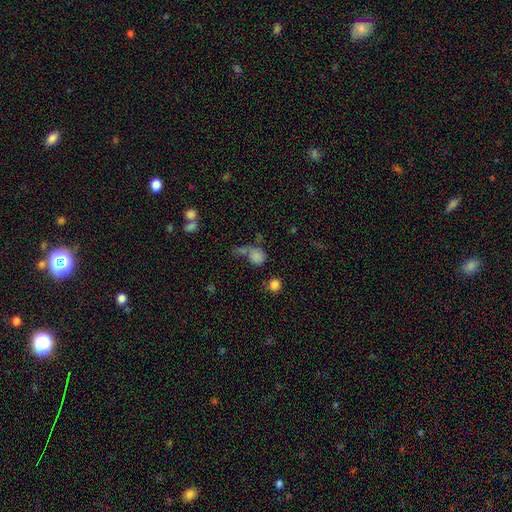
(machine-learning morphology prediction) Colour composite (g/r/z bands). It shows a smooth galaxy with no disk features (76%) that is round (70%). Merging: merger (38%).